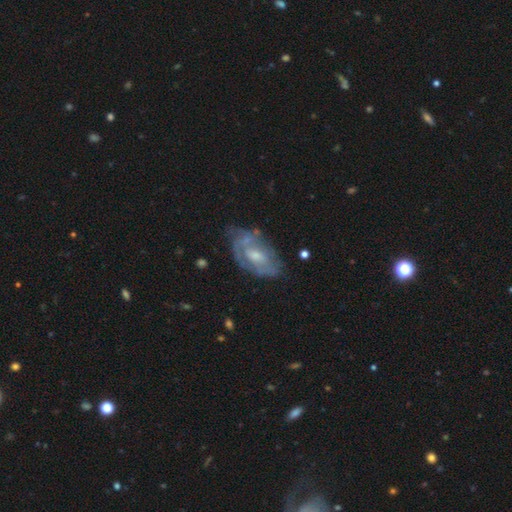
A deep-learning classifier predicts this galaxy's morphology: Q: Smooth or featured?
A: featured or disk (73%); runner-up: smooth (20%)
Q: Edge-on disk?
A: no (95%); runner-up: yes (5%)
Q: Bar?
A: no (59%); runner-up: weak (35%)
Q: Spiral arms?
A: yes (72%); runner-up: no (28%)
Q: Bulge size?
A: moderate (48%); runner-up: small (42%)
Q: Merging?
A: none (58%); runner-up: minor disturbance (25%)